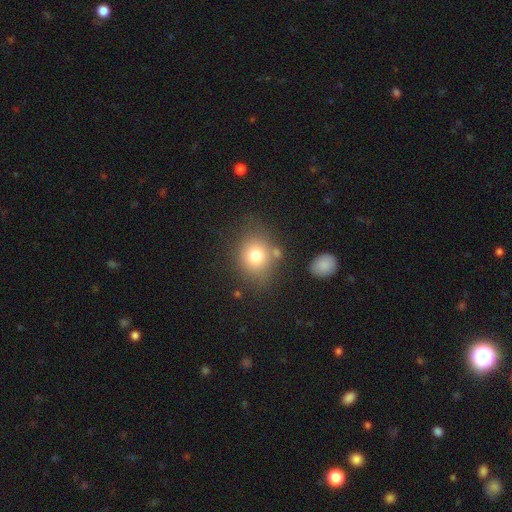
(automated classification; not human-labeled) Smooth or featured: smooth — 76% (featured or disk — 12%)
How rounded: round — 66% (in between — 33%)
Merging: none — 66% (minor disturbance — 16%)